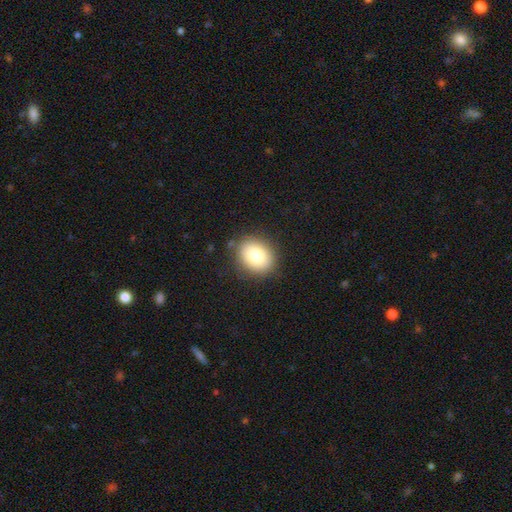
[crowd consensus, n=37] smooth_or_featured: smooth (p=0.86) [alt: featured or disk p=0.11]
how_rounded: round (p=0.56) [alt: in between p=0.44]
merging: none (p=0.78) [alt: minor disturbance p=0.14]